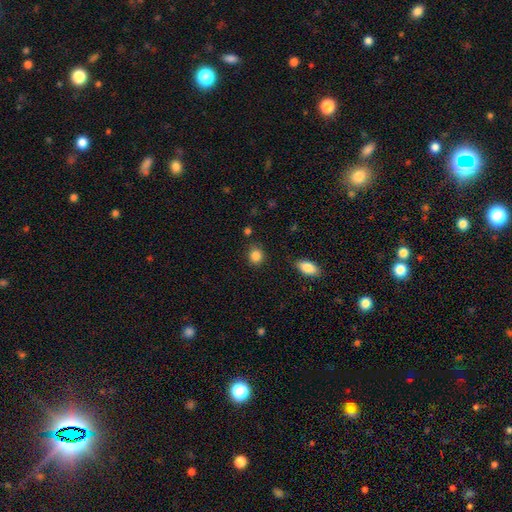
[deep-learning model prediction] The model was most divided on "how rounded": round: 76%, in between: 23%, cigar-shaped: 1%. More confident: smooth or featured — smooth (86%); merging — none (81%).